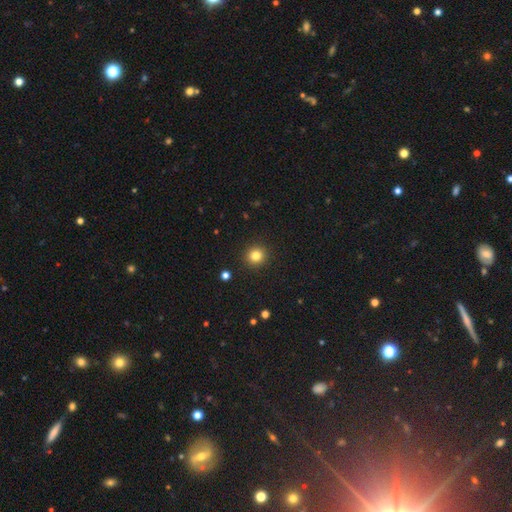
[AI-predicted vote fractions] Smooth or featured: smooth — 82% (star or artifact — 12%)
How rounded: round — 93% (in between — 6%)
Merging: none — 92% (minor disturbance — 5%)